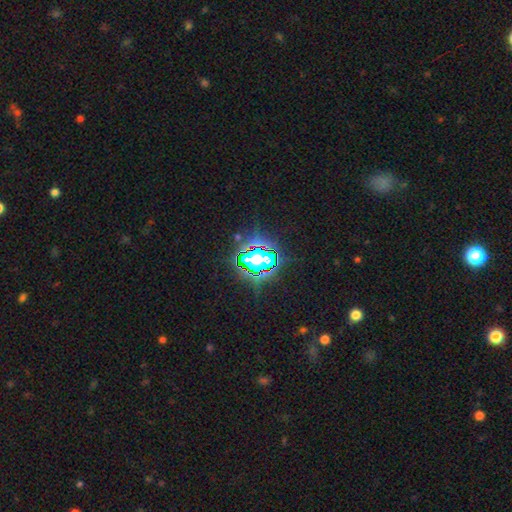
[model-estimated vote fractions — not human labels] Smooth or featured? star or artifact (71%)